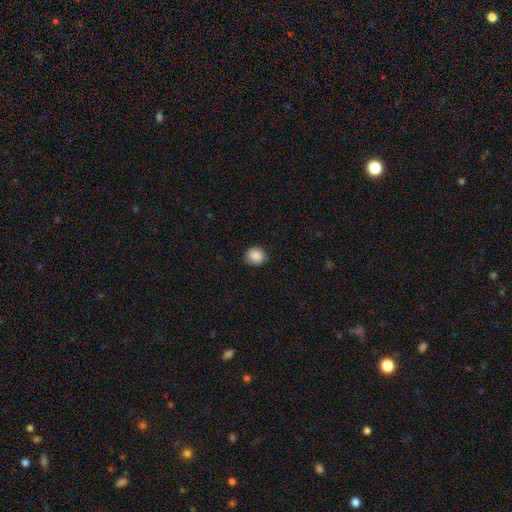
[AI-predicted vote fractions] smooth 88%, star or artifact 8%, featured or disk 4%. Down the decision tree: how rounded — round (70%); merging — none (82%).